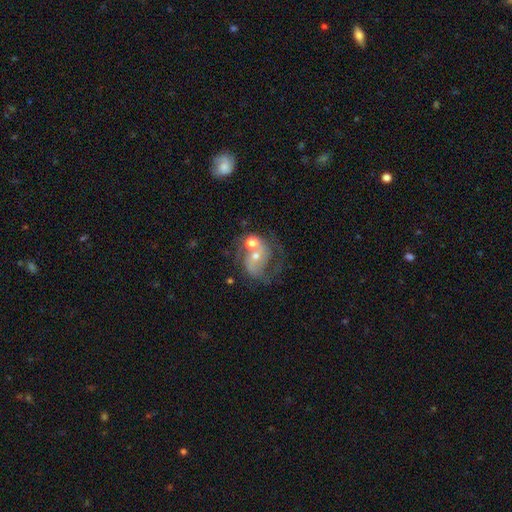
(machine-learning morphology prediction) Overall: featured or disk (66%). Edge-on disk: no (97%). Bar: no (62%; weak 28%). Spiral arms: yes (74%). Bulge size: moderate (49%; small 43%). Merging: merger (38%; none 29%).